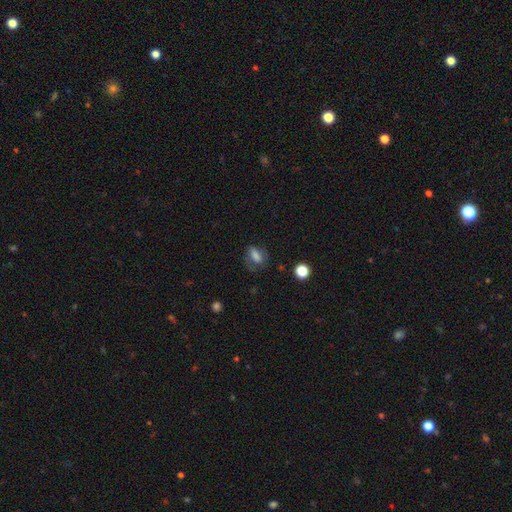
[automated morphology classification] smooth 71%, featured or disk 17%, star or artifact 12%. Down the decision tree: how rounded — in between (76%); merging — none (54%).